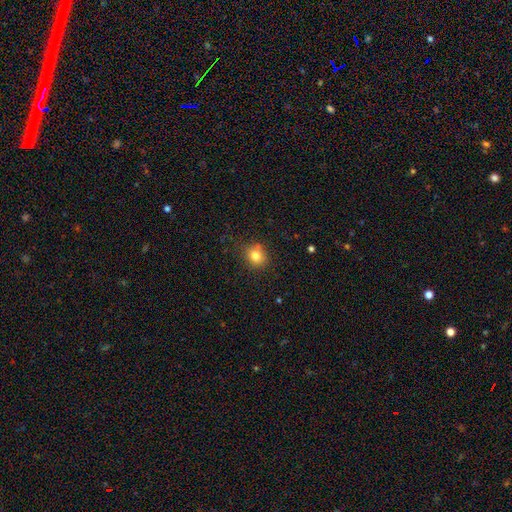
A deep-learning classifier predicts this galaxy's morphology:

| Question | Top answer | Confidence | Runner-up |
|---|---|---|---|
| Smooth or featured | smooth | 81% | star or artifact (12%) |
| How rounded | round | 75% | in between (24%) |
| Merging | none | 83% | minor disturbance (13%) |